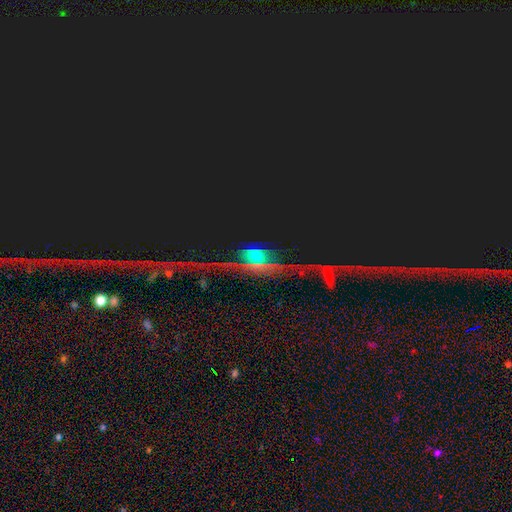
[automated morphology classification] Smooth or featured? star or artifact (47%)